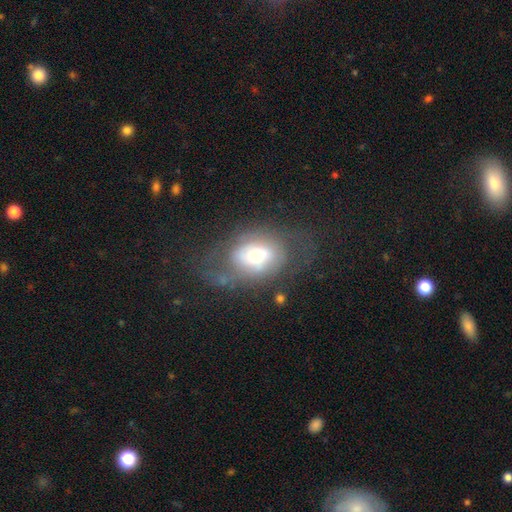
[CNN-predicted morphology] Q: Smooth or featured?
A: featured or disk (53%); runner-up: smooth (38%)
Q: Edge-on disk?
A: no (93%); runner-up: yes (7%)
Q: Merging?
A: none (52%); runner-up: major disturbance (23%)